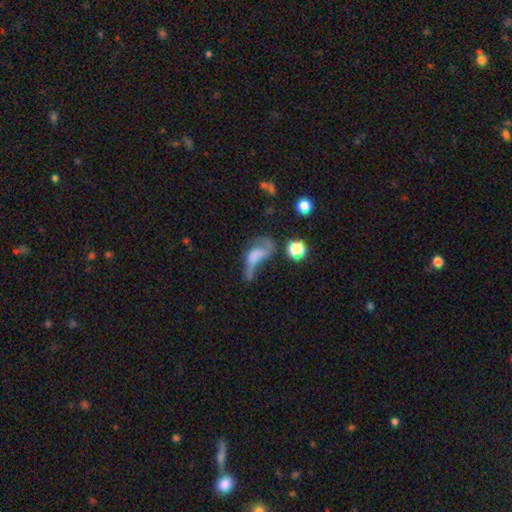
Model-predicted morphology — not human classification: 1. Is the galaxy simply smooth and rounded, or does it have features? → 48% featured or disk, 38% smooth, 14% star or artifact.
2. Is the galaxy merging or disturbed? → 44% major disturbance, 21% none, 20% merger, 15% minor disturbance.